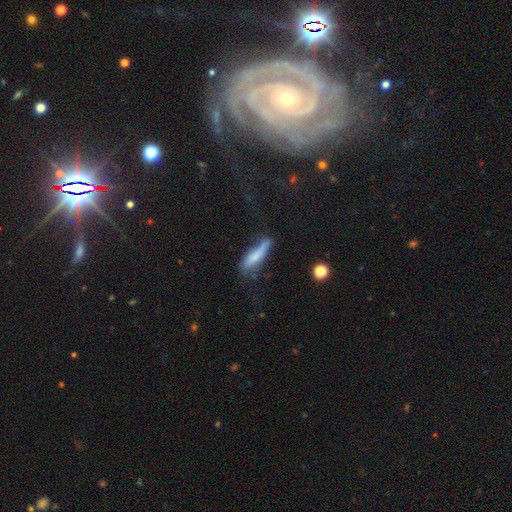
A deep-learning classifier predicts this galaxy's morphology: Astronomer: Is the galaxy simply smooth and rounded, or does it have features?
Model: smooth — 67%.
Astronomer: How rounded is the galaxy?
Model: cigar-shaped — 76%.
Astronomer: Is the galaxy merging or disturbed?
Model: none — 45% (runner-up: minor disturbance, 32%).